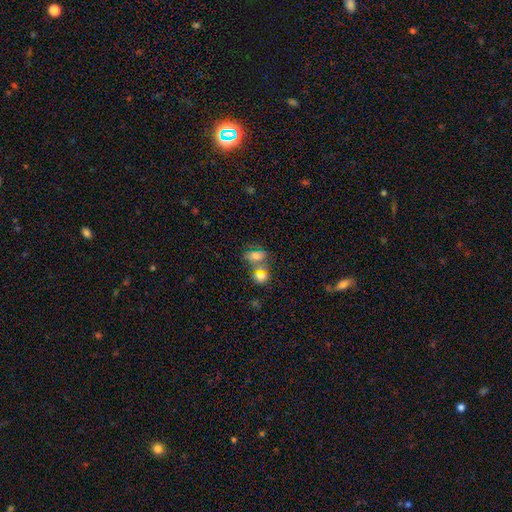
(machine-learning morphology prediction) Smooth or featured? Predicted: smooth (p=0.67). How rounded? Predicted: in between (p=0.71). Merging? Predicted: none (p=0.43).